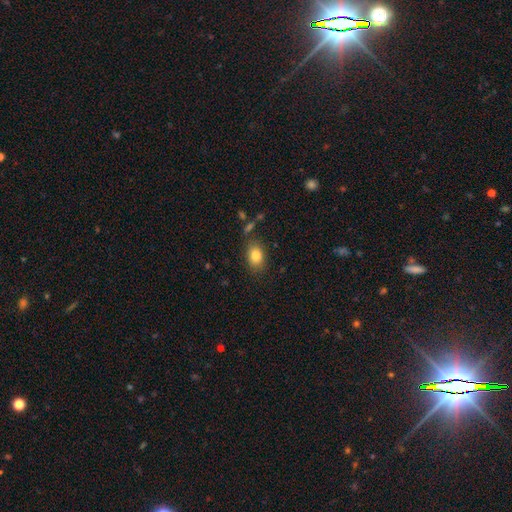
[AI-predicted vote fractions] This appears to be a smooth galaxy with no disk features (83%) that is in between round and cigar-shaped (78%). Merging: none (80%).